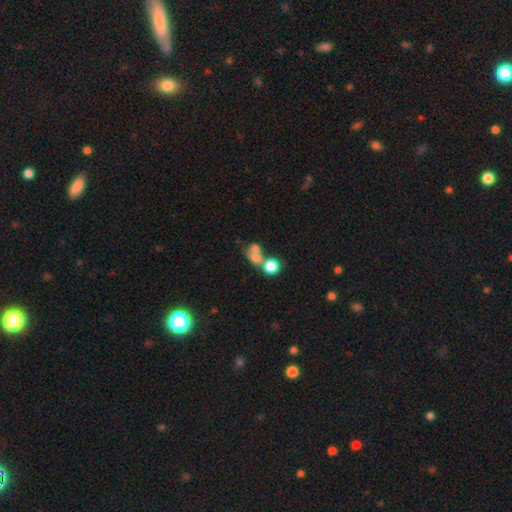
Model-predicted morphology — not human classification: Smooth or featured? smooth (64%)
How rounded? round (68%)
Merging? merger (57%)